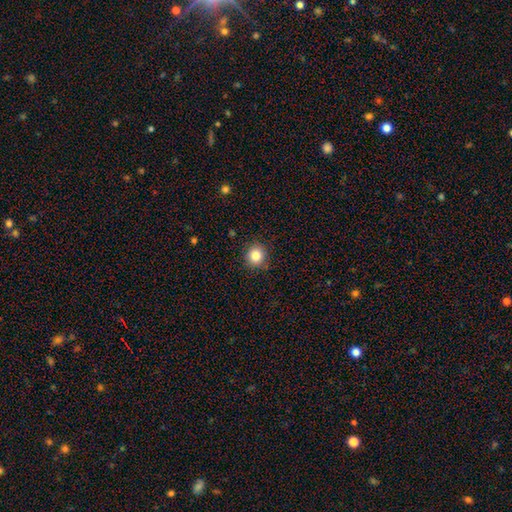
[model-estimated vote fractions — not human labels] Smooth or featured: smooth — 84% (star or artifact — 10%)
How rounded: round — 89% (in between — 10%)
Merging: none — 88% (minor disturbance — 9%)